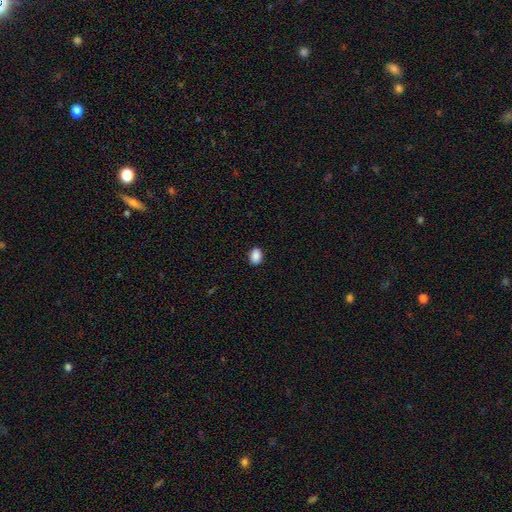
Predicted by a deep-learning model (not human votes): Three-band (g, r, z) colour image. It shows a smooth galaxy with no disk features (89%) that is in between round and cigar-shaped (74%). Merging: none (90%).